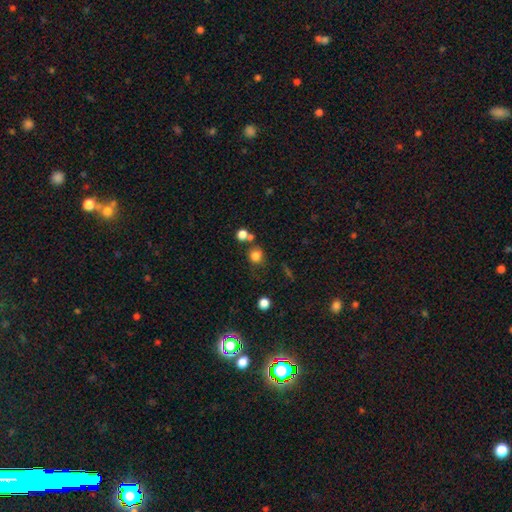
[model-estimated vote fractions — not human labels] smooth-or-featured: smooth: 80% | star or artifact: 14% | featured or disk: 7%
  how-rounded: round: 85% | in between: 14% | cigar-shaped: 1%
  merging: none: 66% | merger: 16% | minor disturbance: 13% | major disturbance: 6%